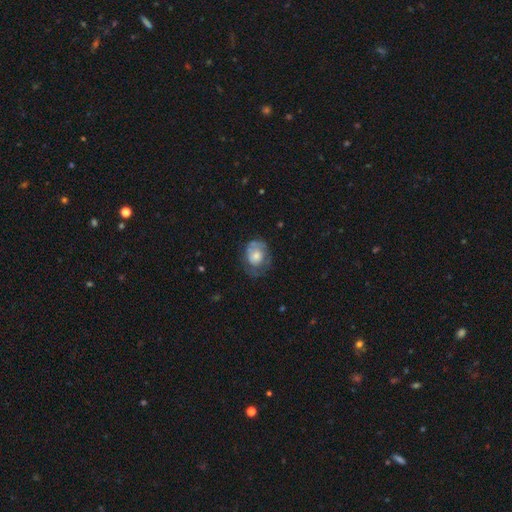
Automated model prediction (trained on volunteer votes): Smooth or featured? Predicted: smooth (p=0.48). Merging? Predicted: none (p=0.51).